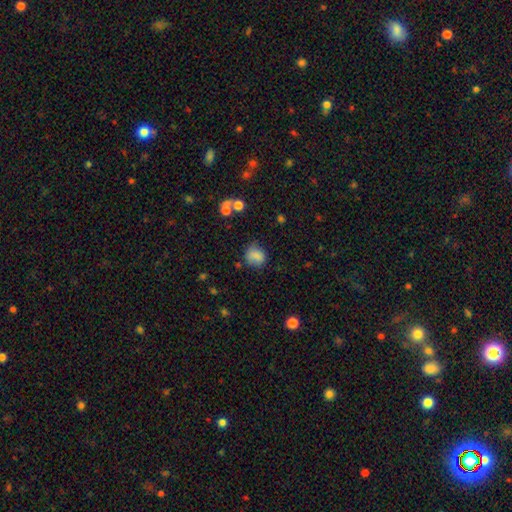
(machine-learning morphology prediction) Overall: smooth (80%). How rounded: round (63%; in between 35%). Merging: none (67%).